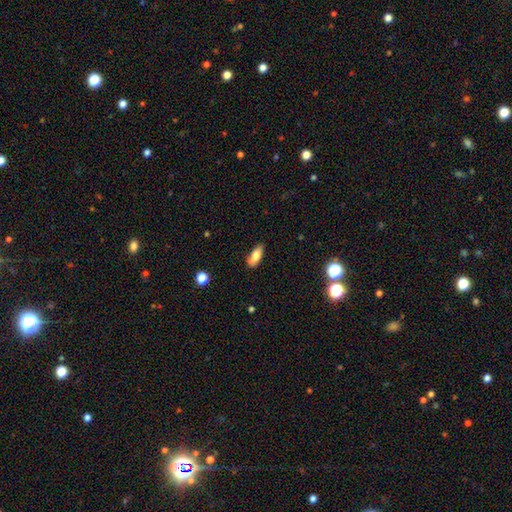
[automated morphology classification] smooth-or-featured: smooth: 75% | featured or disk: 18% | star or artifact: 8%
  how-rounded: in between: 80% | cigar-shaped: 17% | round: 3%
  merging: none: 76% | minor disturbance: 19% | major disturbance: 3% | merger: 2%